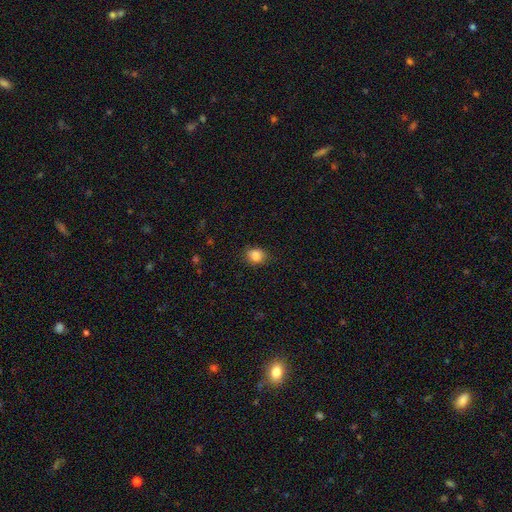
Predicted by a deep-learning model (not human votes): smooth_or_featured: smooth (p=0.86) [alt: star or artifact p=0.10]
how_rounded: round (p=0.56) [alt: in between p=0.43]
merging: none (p=0.76) [alt: minor disturbance p=0.19]